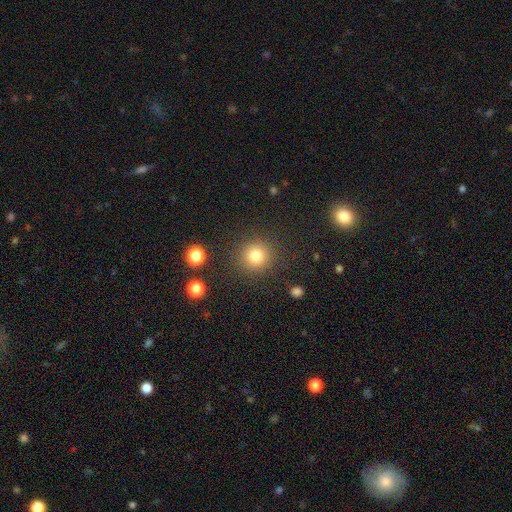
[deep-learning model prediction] Smooth or featured? smooth (81%)
How rounded? round (92%)
Merging? none (87%)